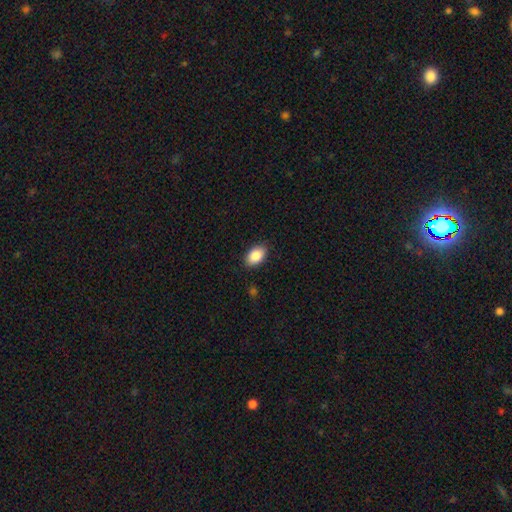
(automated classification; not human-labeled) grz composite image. It shows a smooth galaxy with no disk features (88%) that is in between round and cigar-shaped (90%). Merging: none (88%).